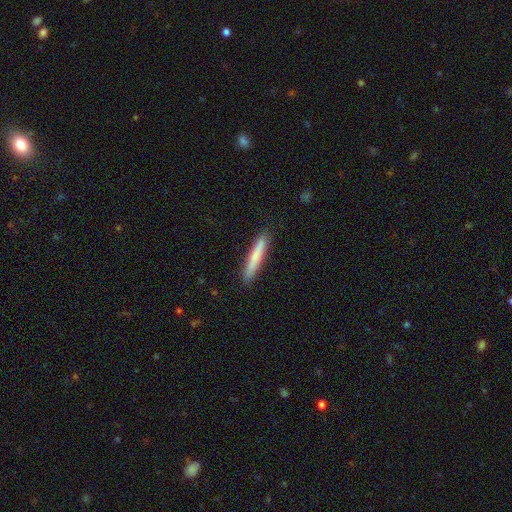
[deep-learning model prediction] Overall: smooth (73%). How rounded: cigar-shaped (95%). Merging: none (90%).